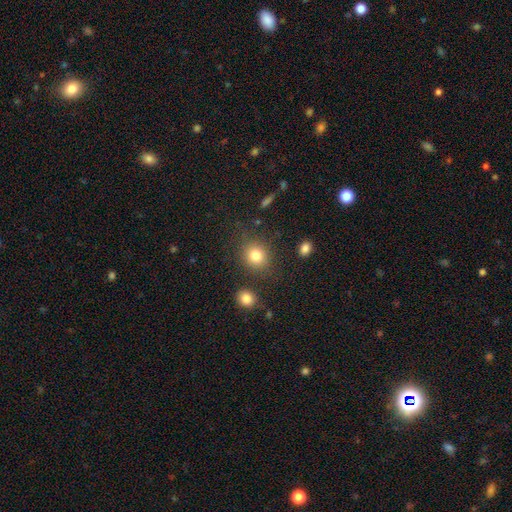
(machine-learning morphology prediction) A smooth galaxy with no disk features (83%) that is round (80%). Merging: none (80%).